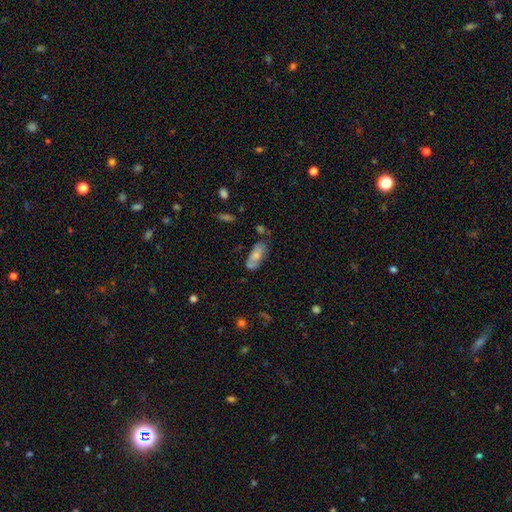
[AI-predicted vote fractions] smooth_or_featured: smooth (p=0.69) [alt: featured or disk p=0.23]
how_rounded: in between (p=0.82) [alt: cigar-shaped p=0.15]
merging: none (p=0.51) [alt: minor disturbance p=0.25]